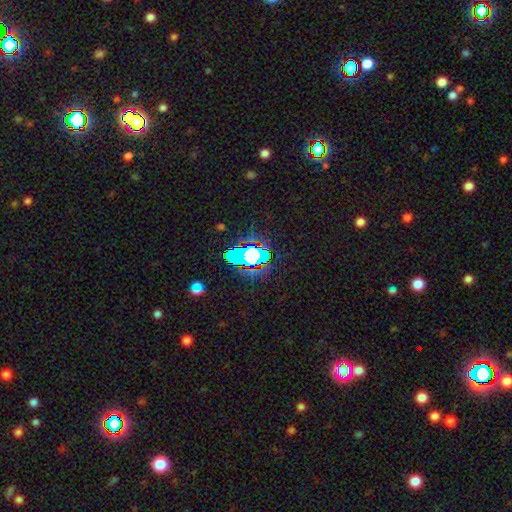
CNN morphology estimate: Smooth or featured?
  - star or artifact: 77% *
  - smooth: 13%
  - featured or disk: 9%